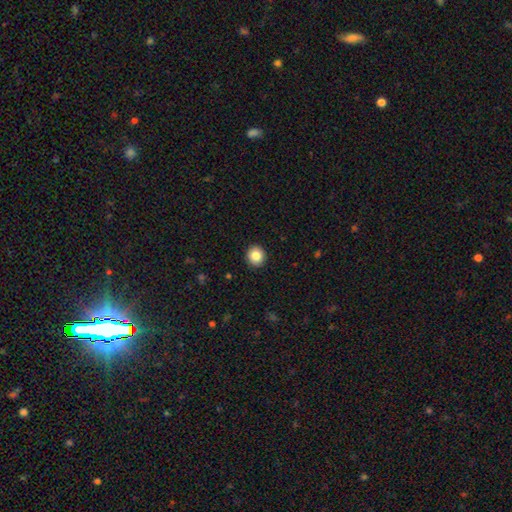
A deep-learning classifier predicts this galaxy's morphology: A smooth galaxy with no disk features (85%) that is round (92%).

Vote fractions:
- Smooth or featured? smooth: 85% / star or artifact: 9% / featured or disk: 6%
- How rounded? round: 92% / in between: 7% / cigar-shaped: 1%
- Merging? none: 93% / minor disturbance: 5% / major disturbance: 2% / merger: 1%